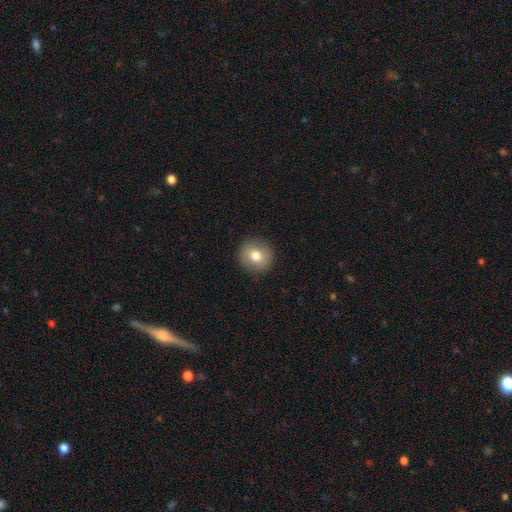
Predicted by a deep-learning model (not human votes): Smooth or featured?
  - smooth: 78% *
  - featured or disk: 13%
  - star or artifact: 9%
How rounded?
  - round: 88% *
  - in between: 11%
  - cigar-shaped: 1%
Merging?
  - none: 91% *
  - minor disturbance: 6%
  - major disturbance: 2%
  - merger: 1%